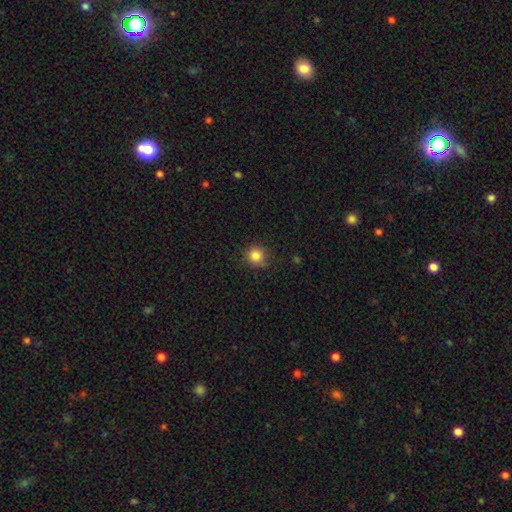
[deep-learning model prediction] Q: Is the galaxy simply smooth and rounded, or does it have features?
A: smooth — 85%.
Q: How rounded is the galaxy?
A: round — 92%.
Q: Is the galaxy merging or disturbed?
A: none — 83%.